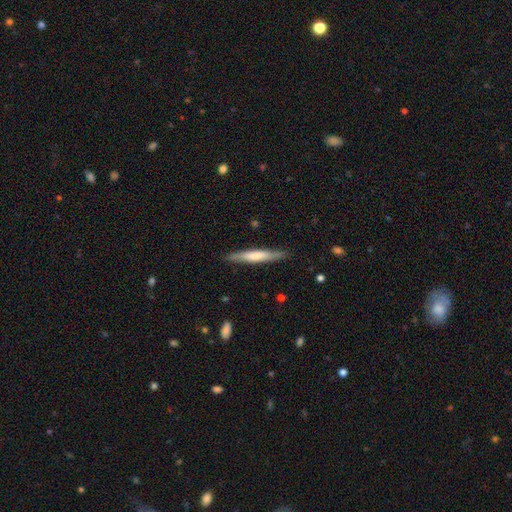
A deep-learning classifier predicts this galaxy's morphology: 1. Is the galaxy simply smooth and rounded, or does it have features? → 57% smooth, 37% featured or disk, 5% star or artifact.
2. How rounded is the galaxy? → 93% cigar-shaped, 6% in between, 1% round.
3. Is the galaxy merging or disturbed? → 86% none, 11% minor disturbance, 2% major disturbance, 1% merger.